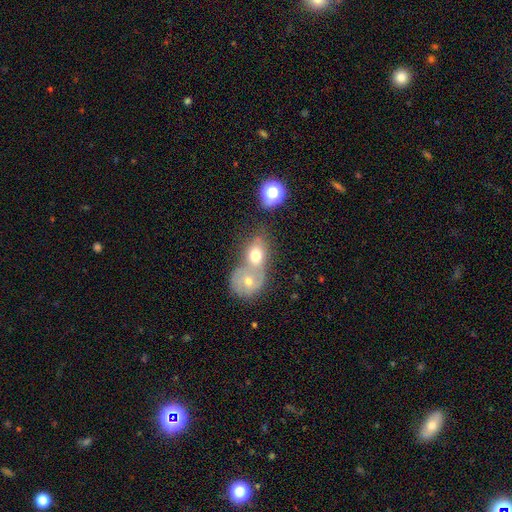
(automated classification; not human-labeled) Smooth or featured: smooth — 63% (featured or disk — 27%)
How rounded: in between — 53% (round — 45%)
Merging: merger — 64% (none — 24%)